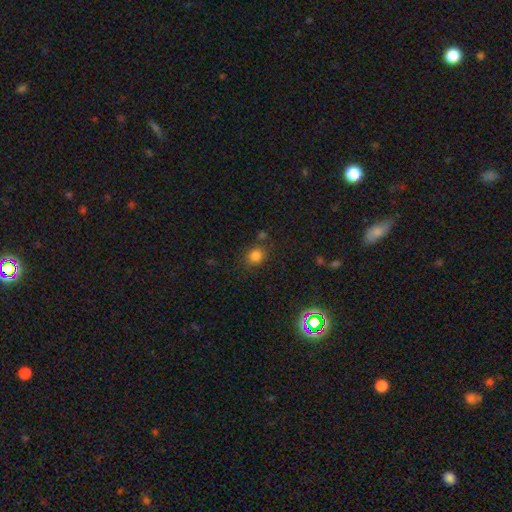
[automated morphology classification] smooth 80%, star or artifact 14%, featured or disk 6%. Down the decision tree: how rounded — round (69%); merging — none (76%).